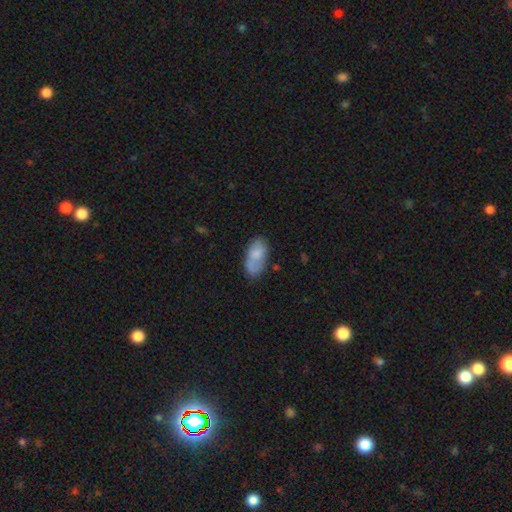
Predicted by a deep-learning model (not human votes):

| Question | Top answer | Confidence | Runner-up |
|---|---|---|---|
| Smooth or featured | smooth | 73% | featured or disk (19%) |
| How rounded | in between | 93% | cigar-shaped (4%) |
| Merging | none | 56% | minor disturbance (28%) |